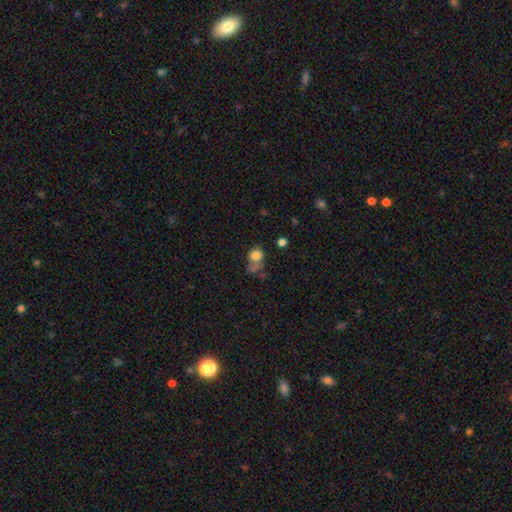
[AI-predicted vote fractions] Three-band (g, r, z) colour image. It shows a smooth galaxy with no disk features (74%) that is round (58%). Merging: none (33%).